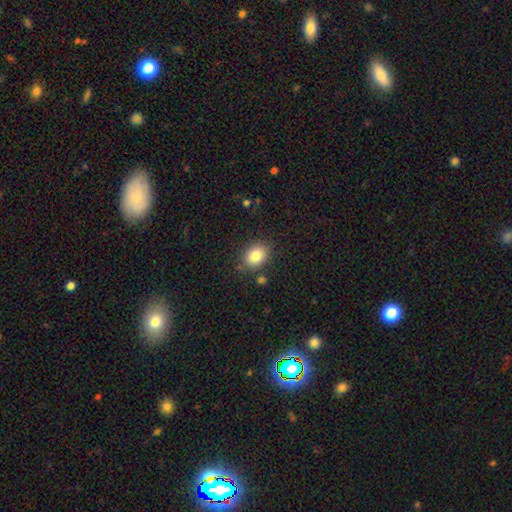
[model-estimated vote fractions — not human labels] Morphology: type=smooth (83%); roundness=in between (59%); merging=none (82%).